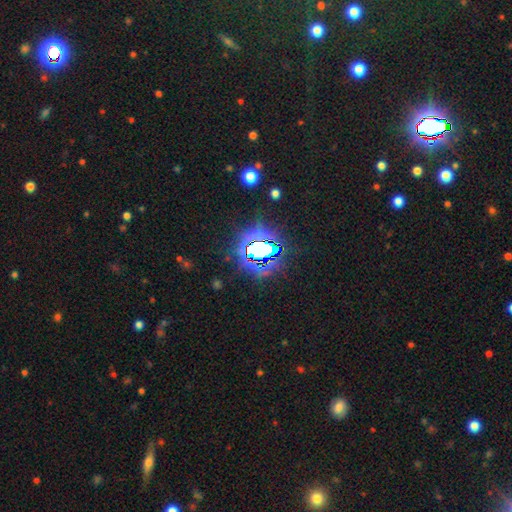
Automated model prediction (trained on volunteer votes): smooth_or_featured: star or artifact (p=0.81) [alt: smooth p=0.11]